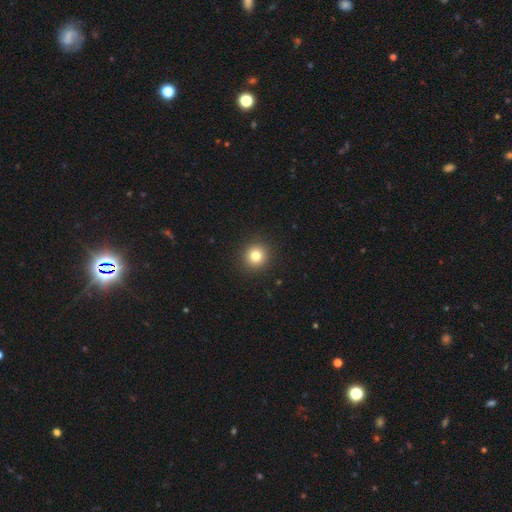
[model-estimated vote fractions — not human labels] This is clearly a smooth galaxy (81%). How rounded: clearly round (92%). Merging: clearly none (93%).